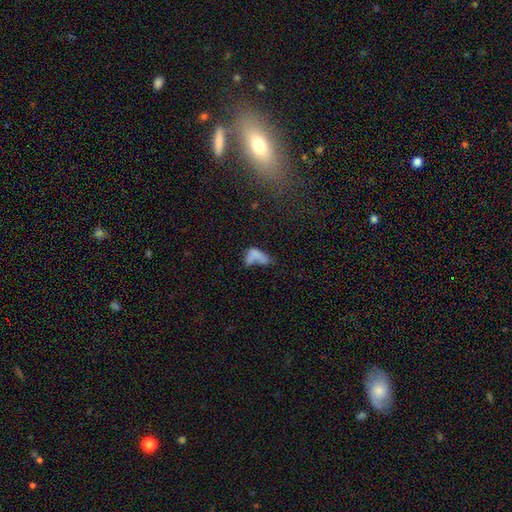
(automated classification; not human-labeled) Smooth or featured? smooth (59%)
How rounded? in between (80%)
Merging? merger (32%)